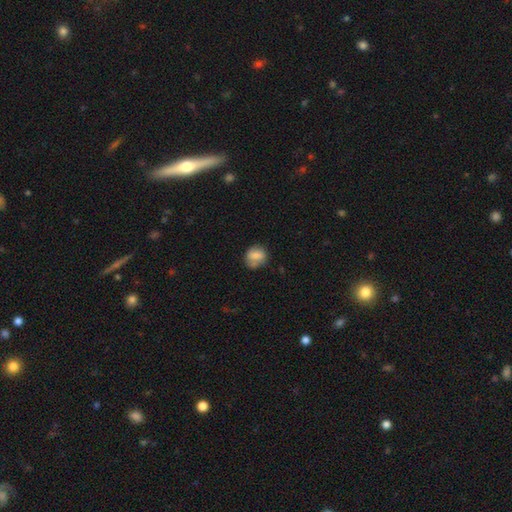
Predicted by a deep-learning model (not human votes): This appears to be a smooth galaxy with no disk features (75%) that is round (67%). Merging: none (62%).